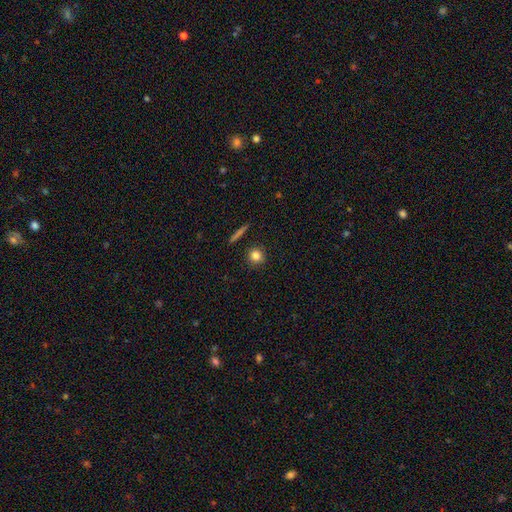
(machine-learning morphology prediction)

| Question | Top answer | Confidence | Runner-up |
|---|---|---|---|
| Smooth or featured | smooth | 82% | star or artifact (10%) |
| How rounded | round | 89% | in between (9%) |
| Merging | none | 90% | minor disturbance (7%) |